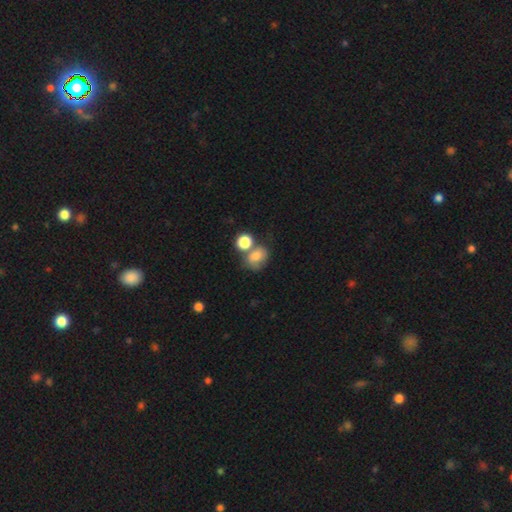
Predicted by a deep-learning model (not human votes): A smooth galaxy with no disk features (75%) that is in between round and cigar-shaped (54%).

Vote fractions:
- Smooth or featured? smooth: 75% / featured or disk: 14% / star or artifact: 11%
- How rounded? in between: 54% / round: 45% / cigar-shaped: 1%
- Merging? none: 38% (tied) / merger: 38% (tied) / minor disturbance: 16% / major disturbance: 9%